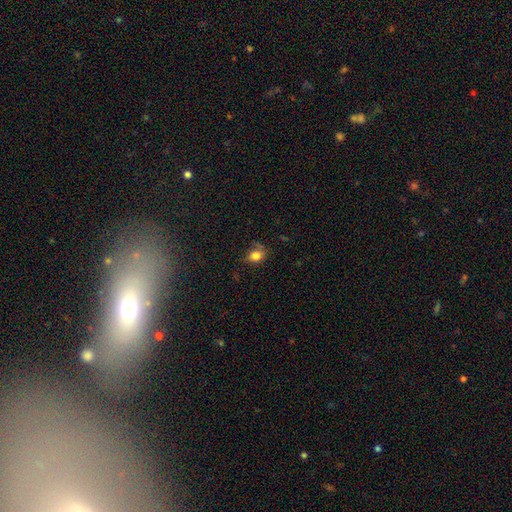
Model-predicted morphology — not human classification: smooth-or-featured: smooth: 78% | star or artifact: 11% | featured or disk: 11%
  how-rounded: in between: 61% | round: 38% | cigar-shaped: 1%
  merging: none: 51% | minor disturbance: 30% | major disturbance: 16% | merger: 3%